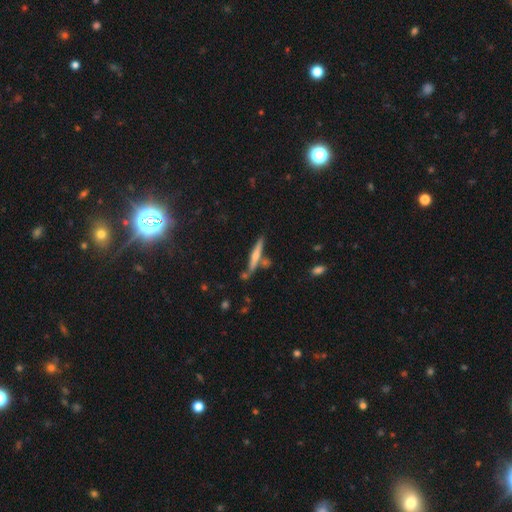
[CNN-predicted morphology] This appears to be a featured or disk galaxy (54%) viewed edge-on (95%) with a rounded central bulge (73%). Merging: none (74%).